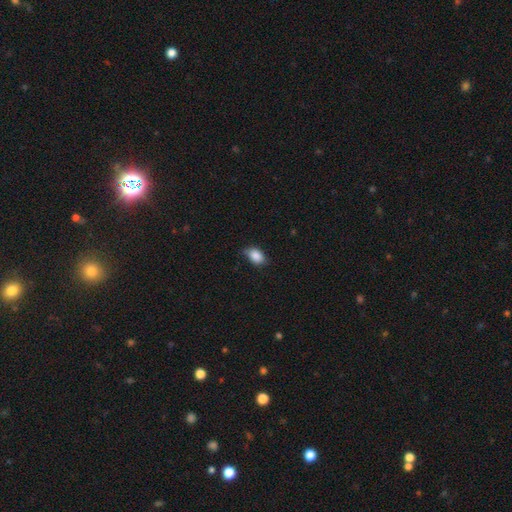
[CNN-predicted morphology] This appears to be a smooth galaxy with no disk features (87%) that is in between round and cigar-shaped (84%). Merging: none (64%).